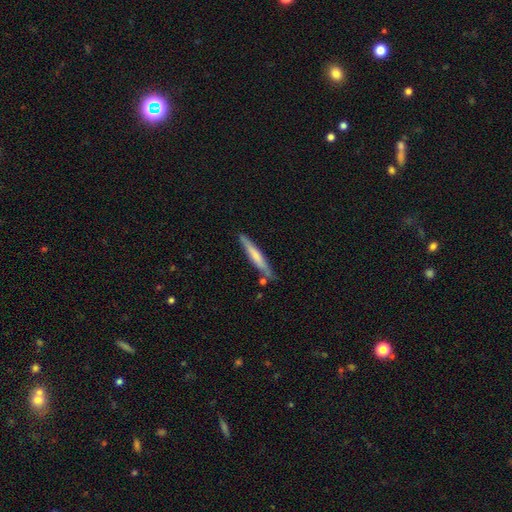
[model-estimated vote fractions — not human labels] Morphology: type=smooth (56%); roundness=cigar-shaped (95%); merging=none (80%).